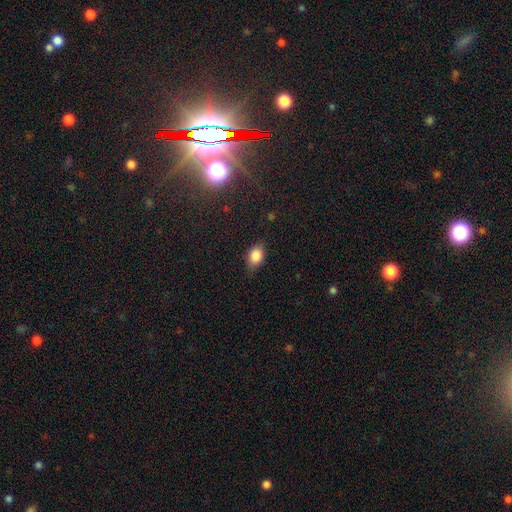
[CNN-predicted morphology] A smooth galaxy with no disk features (84%) that is in between round and cigar-shaped (74%). Merging: none (76%).